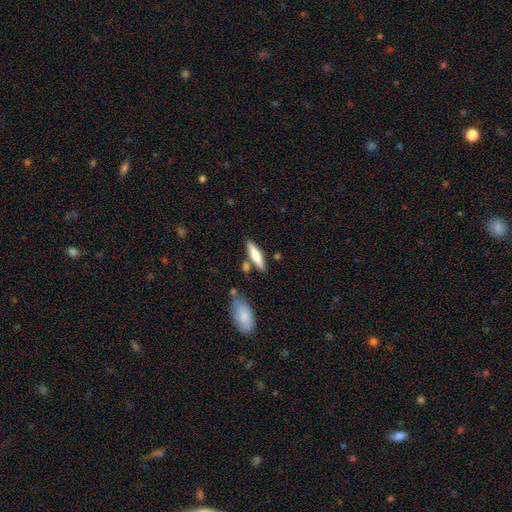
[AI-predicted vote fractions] This is likely a smooth galaxy (67%). How rounded: likely cigar-shaped (71%). Merging: likely none (74%).